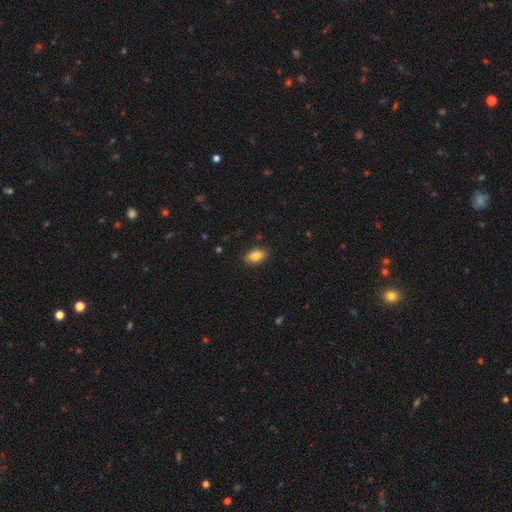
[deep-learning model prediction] smooth_or_featured: smooth (p=0.86) [alt: star or artifact p=0.08]
how_rounded: in between (p=0.91) [alt: round p=0.06]
merging: none (p=0.87) [alt: minor disturbance p=0.09]